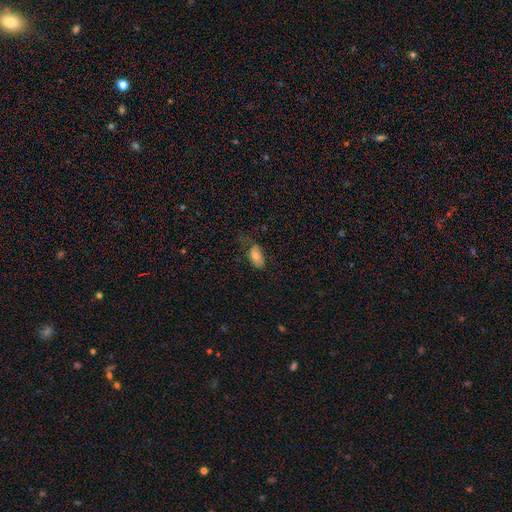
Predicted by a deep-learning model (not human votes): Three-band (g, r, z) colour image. It shows a smooth galaxy with no disk features (75%) that is in between round and cigar-shaped (93%). Merging: none (54%).